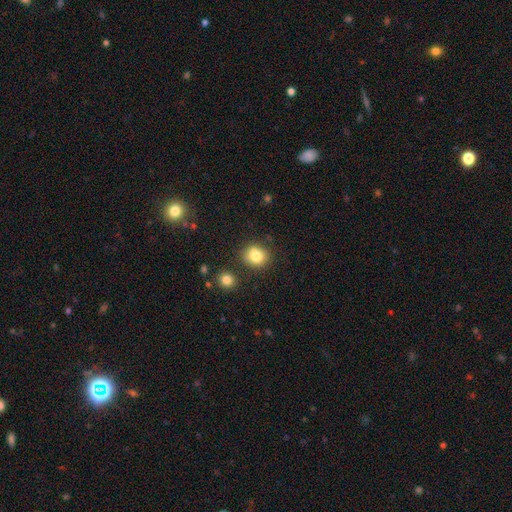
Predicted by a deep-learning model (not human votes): A smooth galaxy with no disk features (80%) that is round (76%). Merging: none (72%).